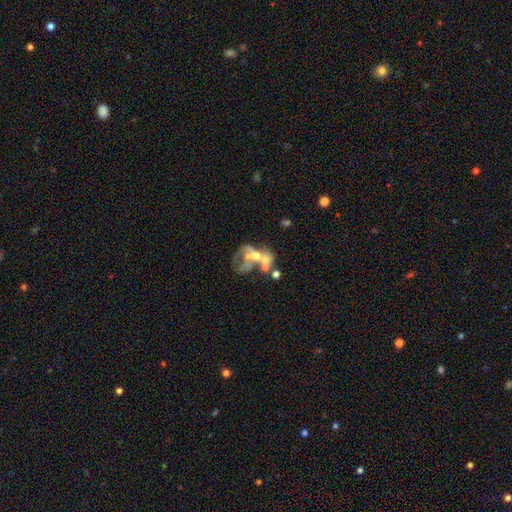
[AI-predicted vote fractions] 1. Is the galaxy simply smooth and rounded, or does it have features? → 63% featured or disk, 22% smooth, 16% star or artifact.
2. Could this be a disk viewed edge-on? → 97% no, 3% yes.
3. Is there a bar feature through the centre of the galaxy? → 87% no, 10% weak, 4% strong.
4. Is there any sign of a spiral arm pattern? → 85% no, 15% yes.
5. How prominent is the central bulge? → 35% none, 34% moderate, 24% small, 5% large, 2% dominant.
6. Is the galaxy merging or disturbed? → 45% merger, 29% major disturbance, 17% none, 9% minor disturbance.